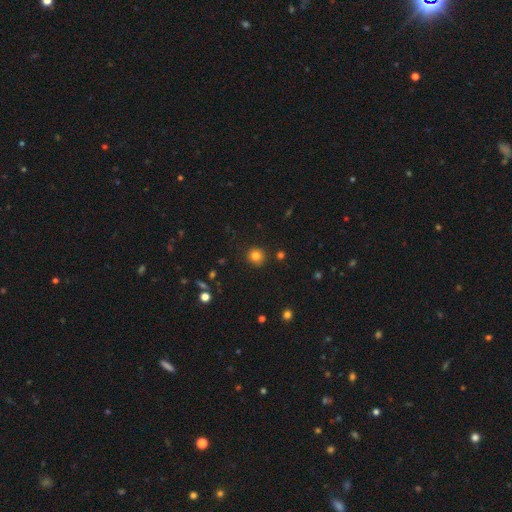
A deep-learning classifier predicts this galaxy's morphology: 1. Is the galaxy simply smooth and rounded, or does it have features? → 81% smooth, 13% star or artifact, 6% featured or disk.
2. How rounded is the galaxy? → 92% round, 7% in between, 1% cigar-shaped.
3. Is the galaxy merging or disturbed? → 89% none, 7% minor disturbance, 2% major disturbance, 2% merger.